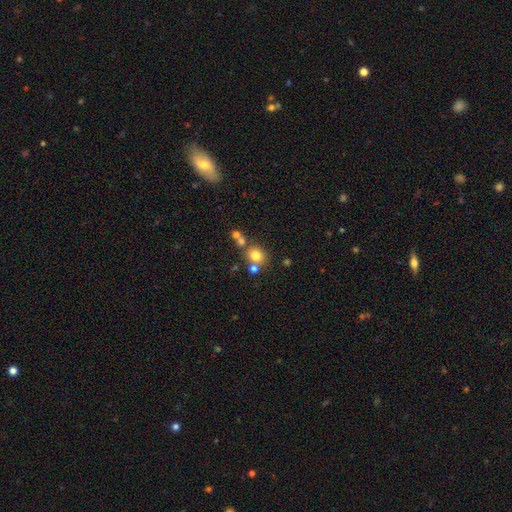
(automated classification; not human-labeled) Morphology: type=smooth (75%); roundness=round (76%); merging=none (59%).